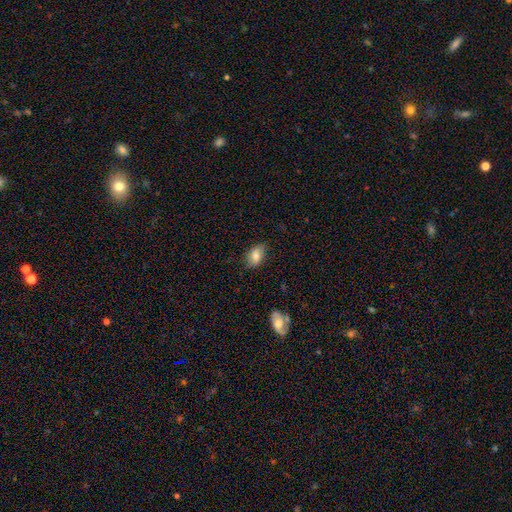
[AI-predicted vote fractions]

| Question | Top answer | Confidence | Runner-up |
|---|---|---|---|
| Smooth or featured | smooth | 81% | featured or disk (11%) |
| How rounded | in between | 87% | round (11%) |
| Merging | none | 77% | minor disturbance (18%) |